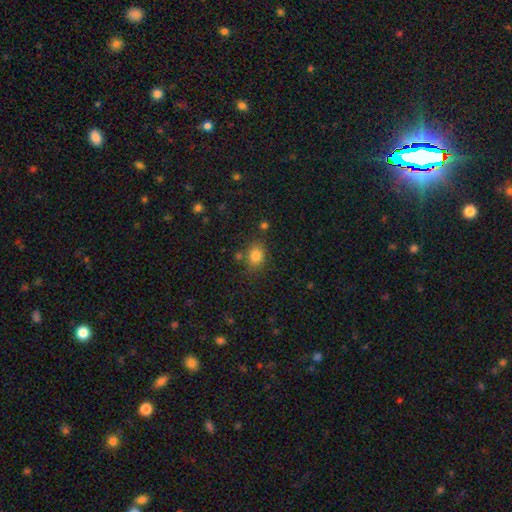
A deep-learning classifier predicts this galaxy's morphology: Smooth or featured: smooth — 82% (star or artifact — 12%)
How rounded: in between — 55% (round — 43%)
Merging: none — 75% (minor disturbance — 14%)